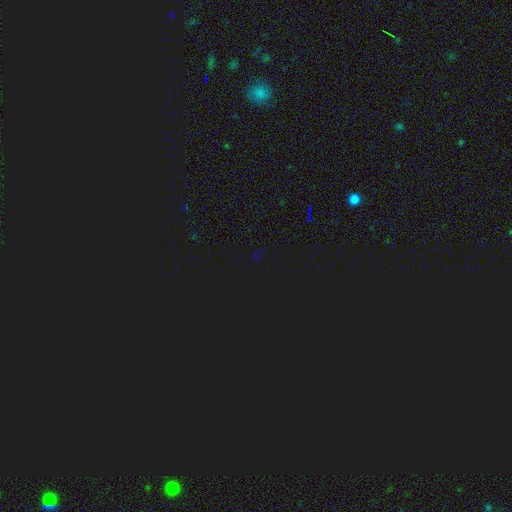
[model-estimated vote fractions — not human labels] Smooth or featured? star or artifact (79%)